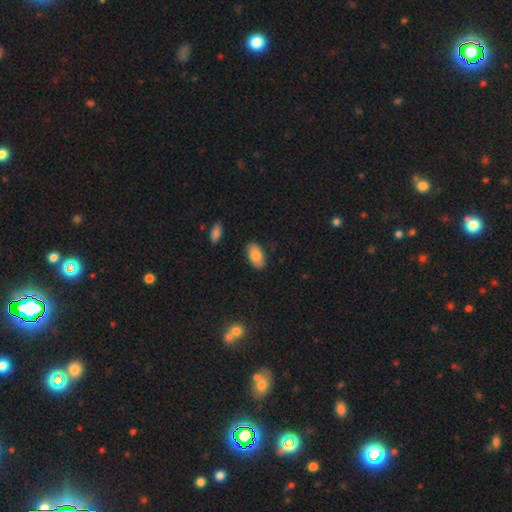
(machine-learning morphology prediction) type=smooth (80%); roundness=in between (94%); merging=none (85%).